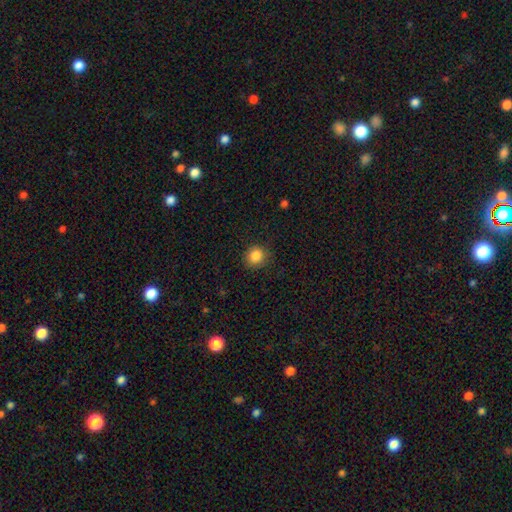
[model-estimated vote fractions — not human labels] The model was most divided on "how rounded": round: 84%, in between: 15%, cigar-shaped: 1%. More confident: smooth or featured — smooth (86%); merging — none (84%).